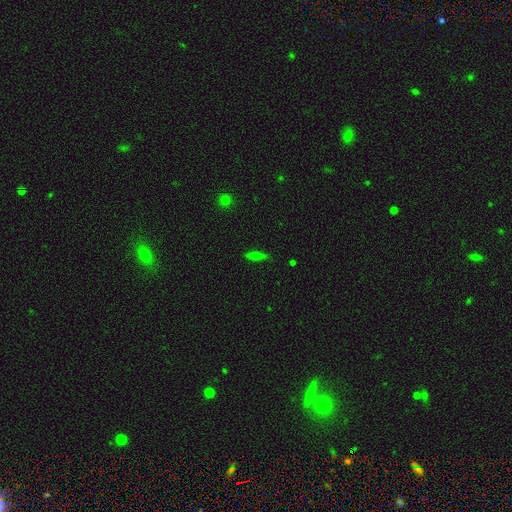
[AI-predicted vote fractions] Overall: featured or disk (50%; smooth 38%). Edge-on disk: yes (93%). Merging: none (87%).